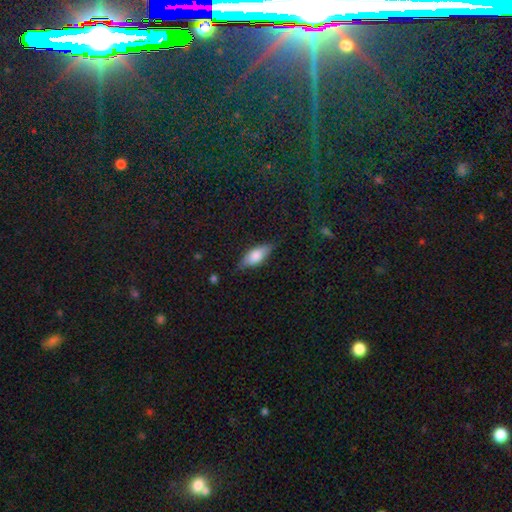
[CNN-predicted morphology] Smooth or featured? Predicted: smooth (p=0.68). How rounded? Predicted: in between (p=0.76). Merging? Predicted: none (p=0.75).